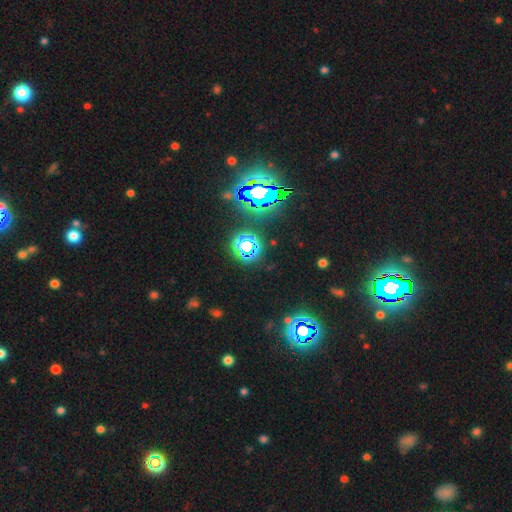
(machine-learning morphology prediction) The model was most divided on "smooth or featured": star or artifact: 81%, smooth: 12%, featured or disk: 7%.